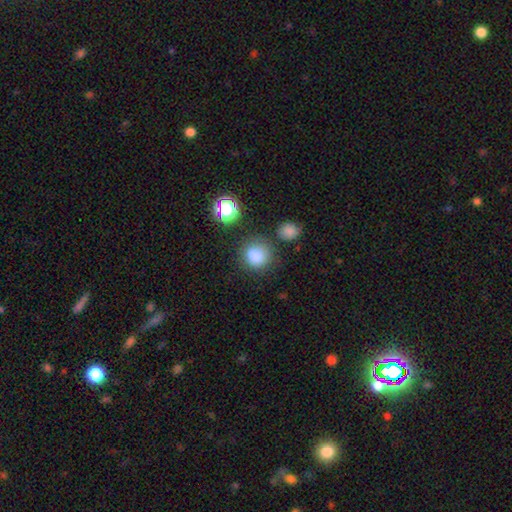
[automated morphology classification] smooth_or_featured: smooth (p=0.81) [alt: star or artifact p=0.14]
how_rounded: round (p=0.87) [alt: in between p=0.12]
merging: none (p=0.73) [alt: minor disturbance p=0.14]